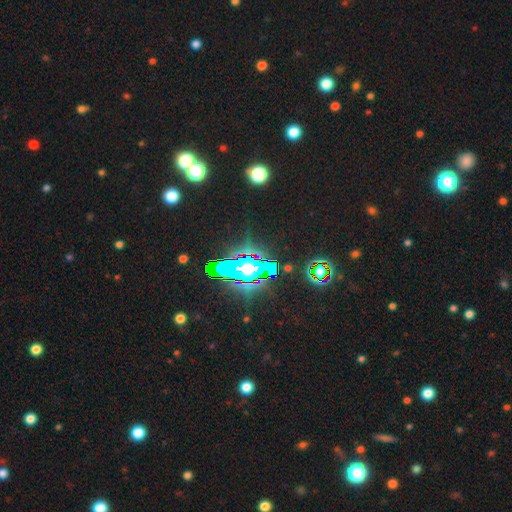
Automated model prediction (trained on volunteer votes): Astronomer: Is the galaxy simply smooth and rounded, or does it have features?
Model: star or artifact — 83%.